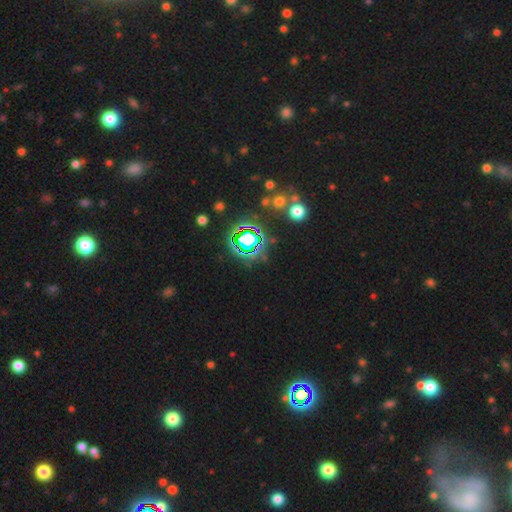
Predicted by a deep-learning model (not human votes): Smooth or featured?
  - star or artifact: 75% *
  - smooth: 16%
  - featured or disk: 9%